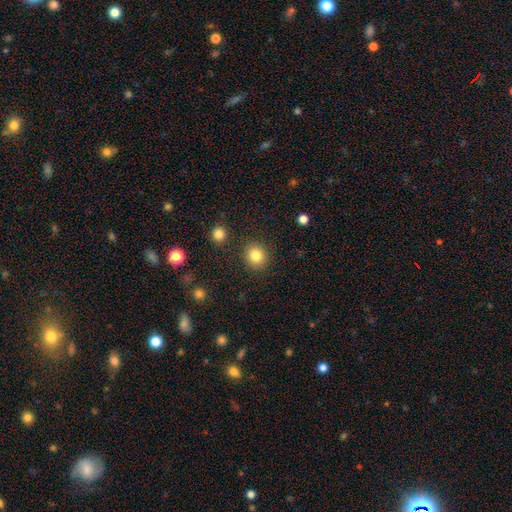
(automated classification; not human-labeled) Overall: smooth (83%). How rounded: round (86%). Merging: none (89%).